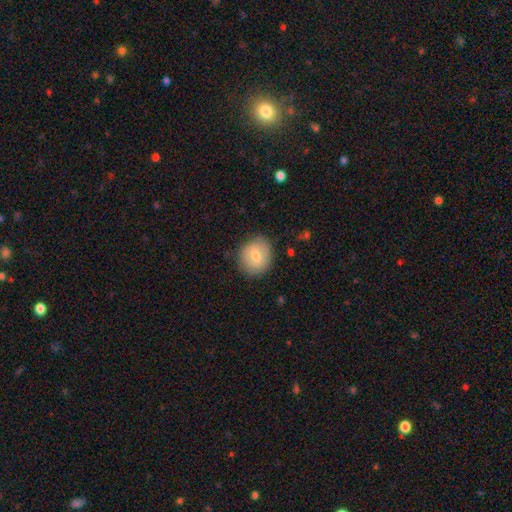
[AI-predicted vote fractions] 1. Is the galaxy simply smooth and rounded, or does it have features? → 70% smooth, 23% featured or disk, 8% star or artifact.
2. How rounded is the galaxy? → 71% round, 28% in between, 1% cigar-shaped.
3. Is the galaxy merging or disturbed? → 81% none, 14% minor disturbance, 4% major disturbance, 1% merger.